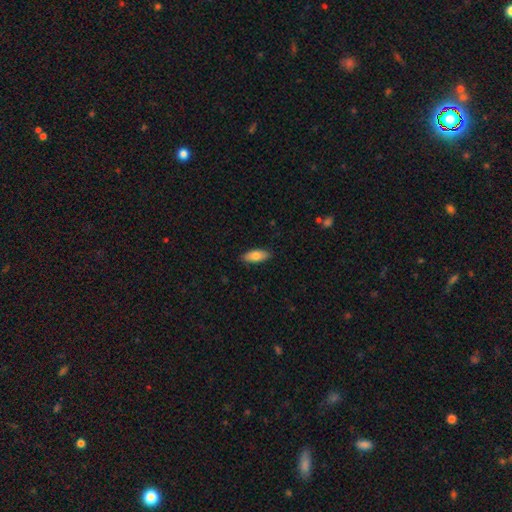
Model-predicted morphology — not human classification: type=smooth (80%); roundness=in between (84%); merging=none (87%).